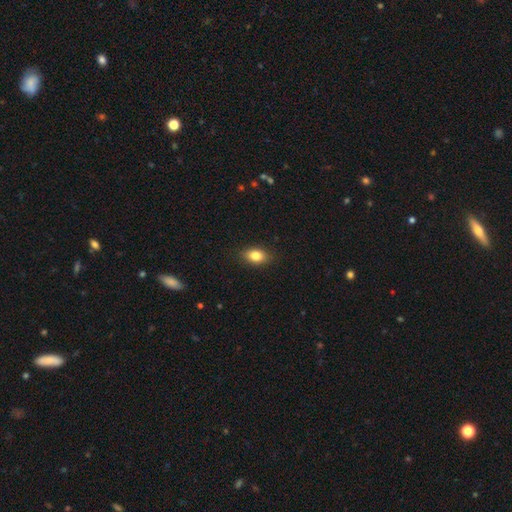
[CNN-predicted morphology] Smooth or featured?
  - smooth: 82% *
  - featured or disk: 9%
  - star or artifact: 9%
How rounded?
  - in between: 82% *
  - round: 15%
  - cigar-shaped: 2%
Merging?
  - none: 87% *
  - minor disturbance: 10%
  - major disturbance: 2%
  - merger: 1%